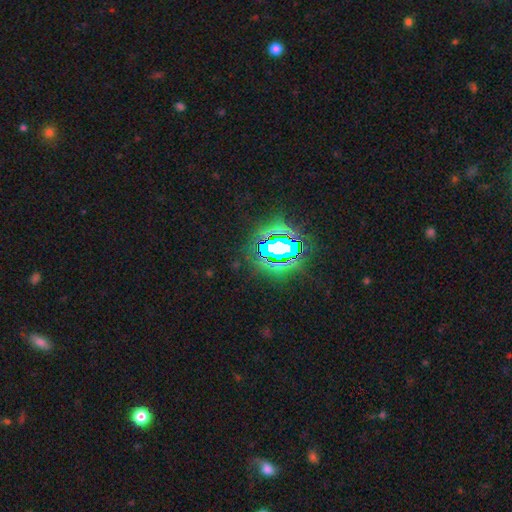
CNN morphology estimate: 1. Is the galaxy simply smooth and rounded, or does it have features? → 82% star or artifact, 11% smooth, 7% featured or disk.